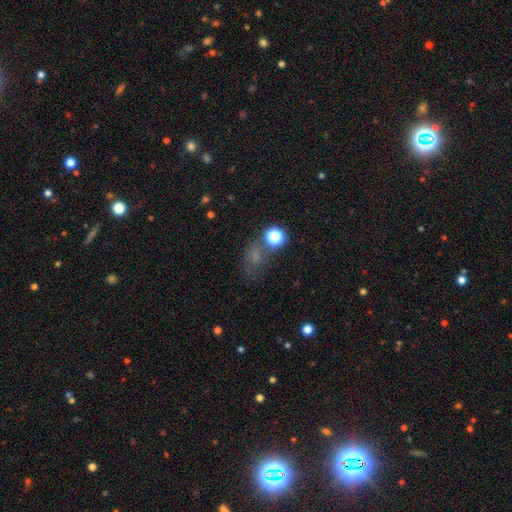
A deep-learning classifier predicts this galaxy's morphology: Smooth or featured: smooth — 53% (star or artifact — 32%)
How rounded: in between — 59% (round — 39%)
Merging: none — 53% (minor disturbance — 19%)